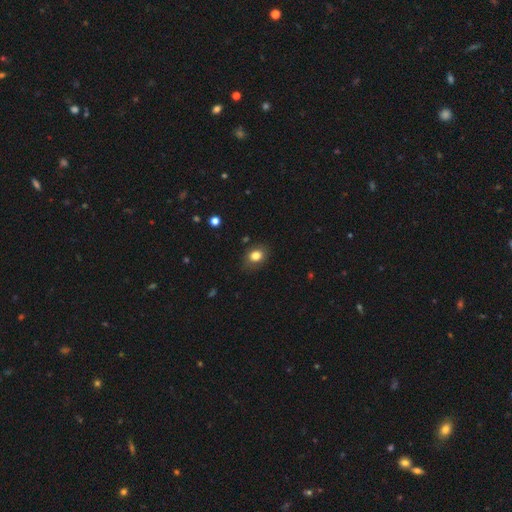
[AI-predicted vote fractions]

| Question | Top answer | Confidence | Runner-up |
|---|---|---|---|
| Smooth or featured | smooth | 81% | star or artifact (10%) |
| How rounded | in between | 59% | round (40%) |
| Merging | none | 81% | minor disturbance (14%) |